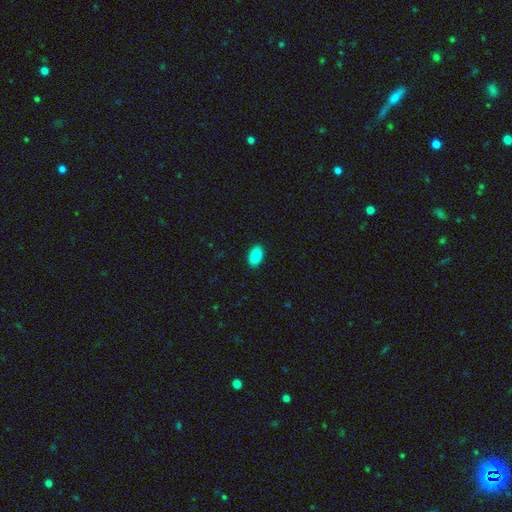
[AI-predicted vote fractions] Morphology: type=smooth (89%); roundness=in between (94%); merging=none (90%).